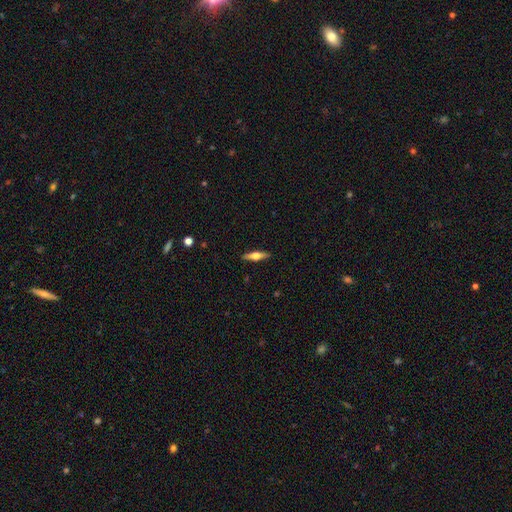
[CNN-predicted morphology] A featured or disk galaxy (58%) viewed edge-on (96%) with a rounded central bulge (93%). Merging: none (91%).